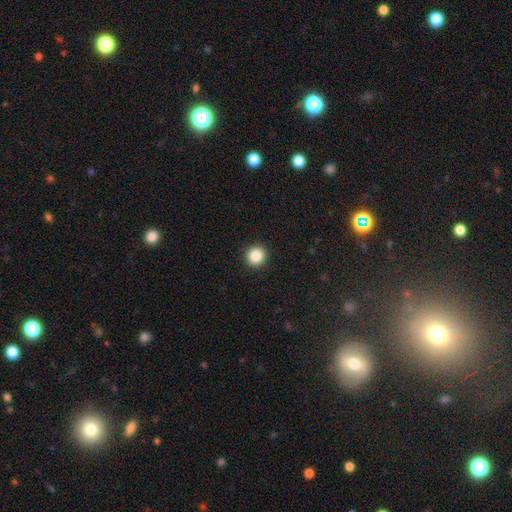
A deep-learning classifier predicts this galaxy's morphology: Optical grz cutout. It shows a smooth galaxy with no disk features (87%) that is round (95%). Merging: none (93%).